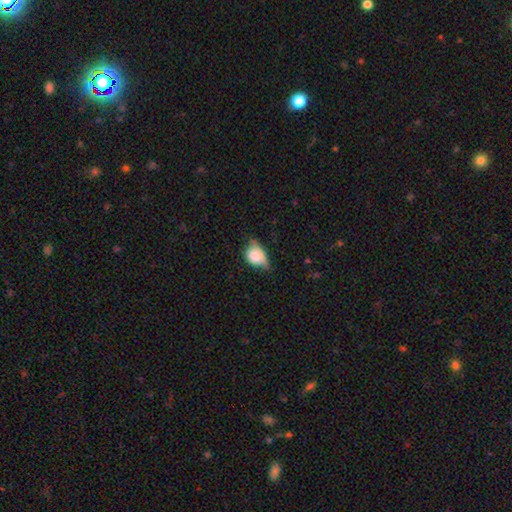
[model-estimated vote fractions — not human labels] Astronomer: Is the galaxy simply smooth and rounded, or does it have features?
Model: smooth — 74%.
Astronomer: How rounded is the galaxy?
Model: in between — 71%.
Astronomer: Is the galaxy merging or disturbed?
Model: minor disturbance — 49% (runner-up: none, 26%).